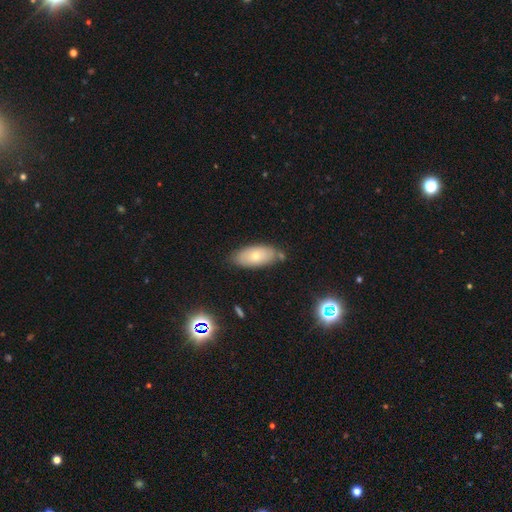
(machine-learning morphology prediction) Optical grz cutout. It shows a smooth galaxy with no disk features (60%) that is in between round and cigar-shaped (87%). Merging: none (76%).